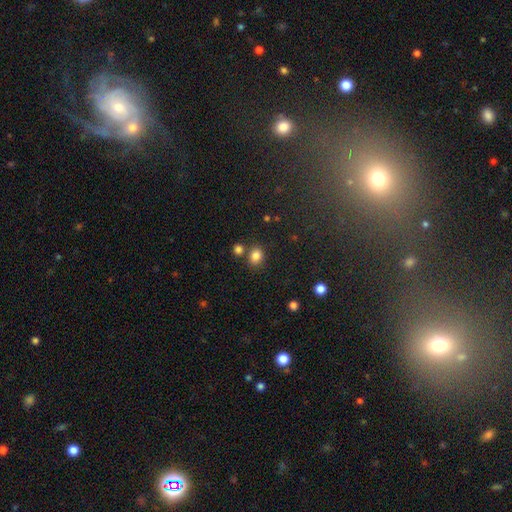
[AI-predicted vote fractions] The model was most divided on "how rounded": round: 54%, in between: 45%, cigar-shaped: 1%. More confident: smooth or featured — smooth (83%); merging — none (70%).